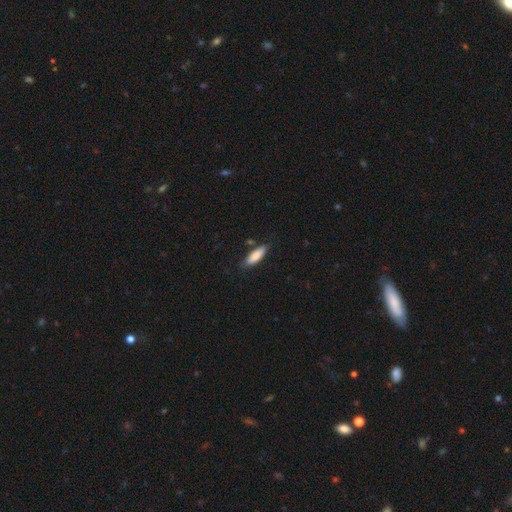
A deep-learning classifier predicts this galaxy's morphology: smooth_or_featured: smooth (p=0.81) [alt: featured or disk p=0.13]
how_rounded: in between (p=0.52) [alt: cigar-shaped p=0.46]
merging: none (p=0.79) [alt: minor disturbance p=0.15]